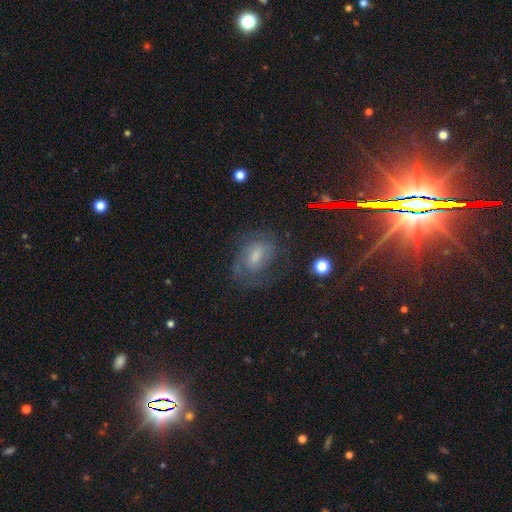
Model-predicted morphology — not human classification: The model was most divided on "bulge size": moderate: 42%, small: 36%, none: 12%, large: 8%, dominant: 2%. More confident: edge-on disk — no (96%); spiral arms — yes (83%); smooth or featured — featured or disk (61%); merging — none (59%); bar — weak (50%).